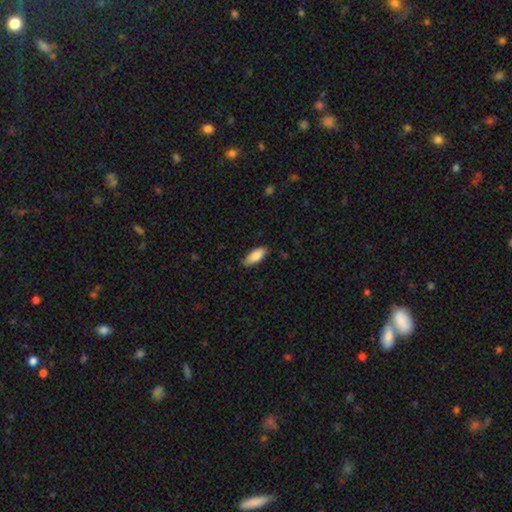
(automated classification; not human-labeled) The model was most divided on "how rounded": in between: 79%, cigar-shaped: 20%, round: 2%. More confident: smooth or featured — smooth (84%); merging — none (80%).